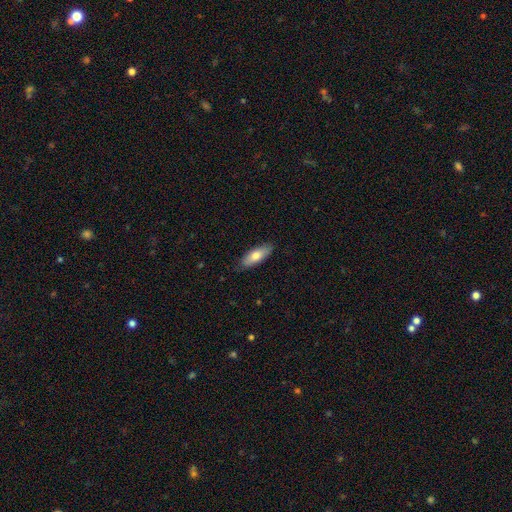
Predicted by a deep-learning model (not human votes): Morphology: type=smooth (72%); roundness=in between (69%); merging=none (82%).